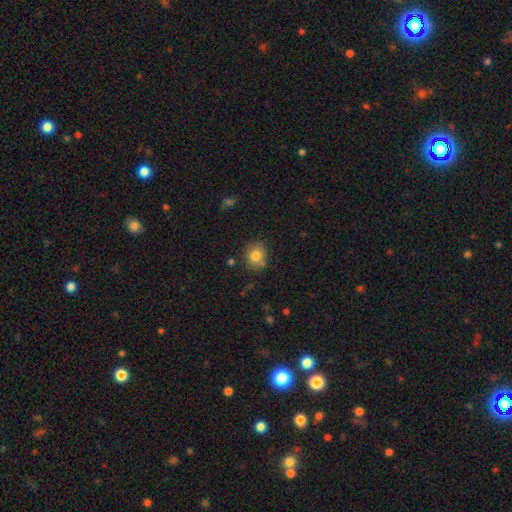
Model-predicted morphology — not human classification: smooth_or_featured: smooth (p=0.80) [alt: star or artifact p=0.11]
how_rounded: round (p=0.80) [alt: in between p=0.19]
merging: none (p=0.80) [alt: minor disturbance p=0.13]